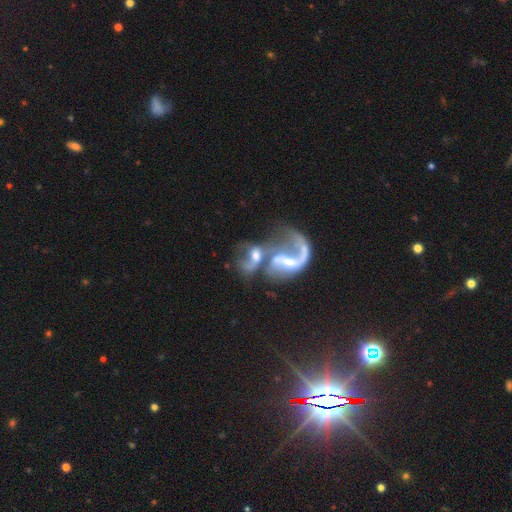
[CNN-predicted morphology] Smooth or featured? Predicted: featured or disk (p=0.74). Edge-on disk? Predicted: no (p=0.97). Bar? Predicted: no (p=0.43). Spiral arms? Predicted: yes (p=0.75). Spiral winding? Predicted: loose (p=0.74). Spiral arm count? Predicted: 2 (p=0.47). Bulge size? Predicted: moderate (p=0.41). Merging? Predicted: merger (p=0.74).